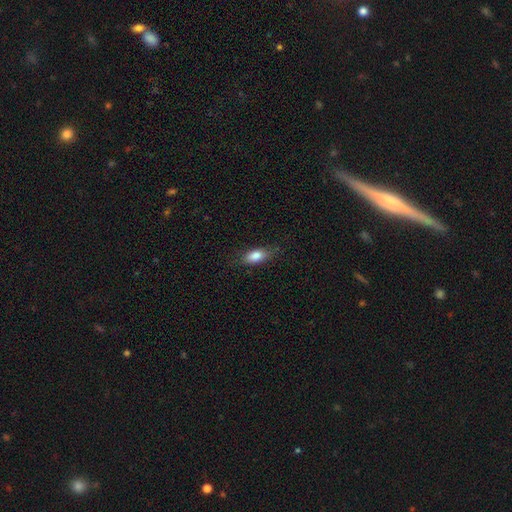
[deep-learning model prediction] Smooth or featured? smooth (82%)
How rounded? in between (81%)
Merging? none (76%)